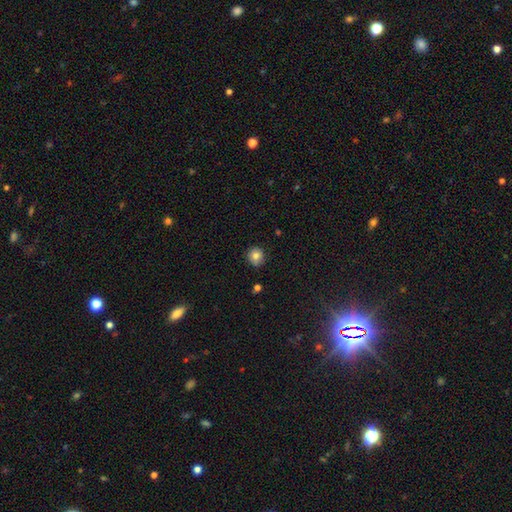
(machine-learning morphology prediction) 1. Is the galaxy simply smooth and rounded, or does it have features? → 81% smooth, 10% star or artifact, 9% featured or disk.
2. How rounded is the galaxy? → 91% round, 8% in between, 1% cigar-shaped.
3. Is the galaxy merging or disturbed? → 86% none, 11% minor disturbance, 2% major disturbance, 1% merger.